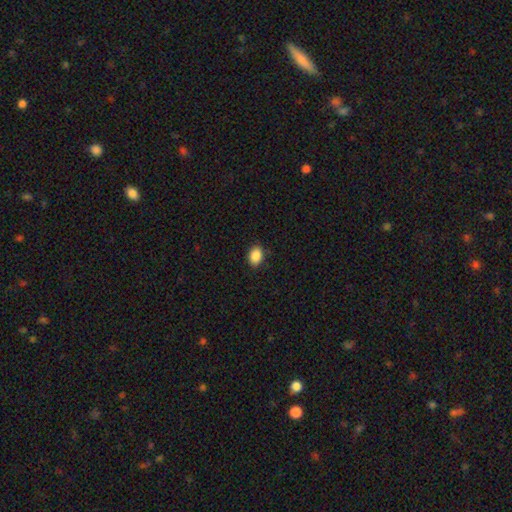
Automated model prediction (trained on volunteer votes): A smooth galaxy with no disk features (88%) that is in between round and cigar-shaped (76%). Merging: none (87%).